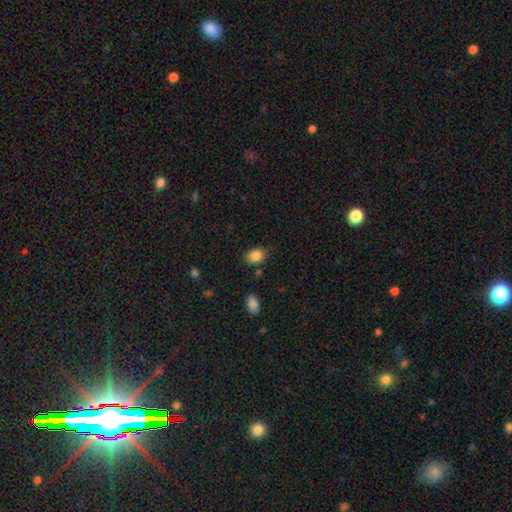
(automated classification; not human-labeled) smooth-or-featured: smooth: 86% | star or artifact: 9% | featured or disk: 5%
  how-rounded: in between: 66% | round: 33% | cigar-shaped: 1%
  merging: none: 80% | minor disturbance: 14% | major disturbance: 3% | merger: 3%